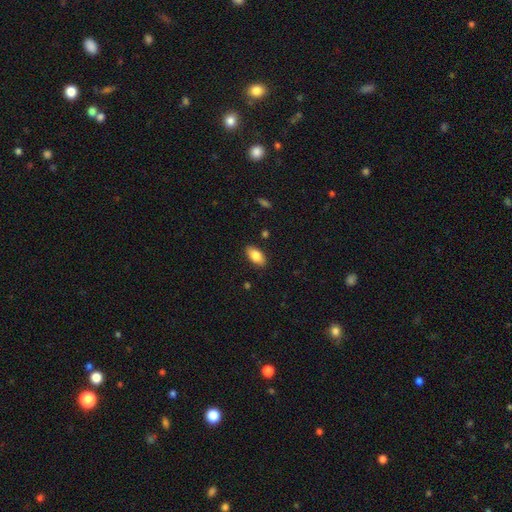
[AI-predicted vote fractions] Smooth or featured? smooth (84%)
How rounded? in between (92%)
Merging? none (88%)